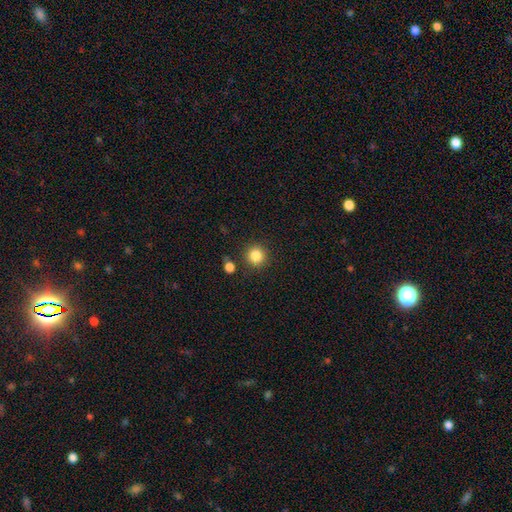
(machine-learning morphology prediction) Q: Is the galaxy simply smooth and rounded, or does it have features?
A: smooth — 86%.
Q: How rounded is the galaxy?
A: round — 93%.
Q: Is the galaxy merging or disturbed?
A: none — 85%.